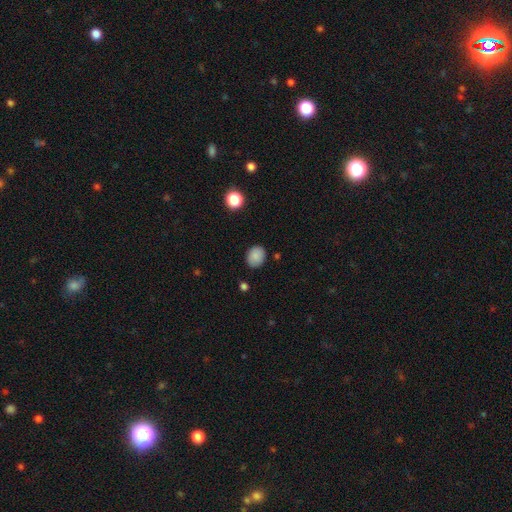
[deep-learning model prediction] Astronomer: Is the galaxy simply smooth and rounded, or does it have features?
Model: smooth — 86%.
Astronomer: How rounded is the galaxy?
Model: round — 52% (runner-up: in between, 48%).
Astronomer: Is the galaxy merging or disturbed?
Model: none — 83%.